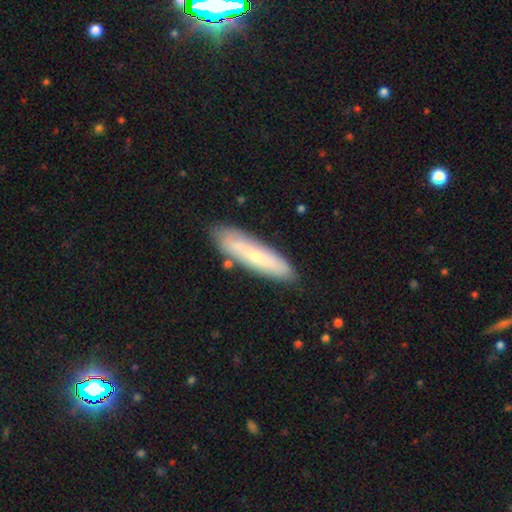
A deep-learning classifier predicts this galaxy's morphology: Smooth or featured: smooth — 58% (featured or disk — 35%)
How rounded: cigar-shaped — 75% (in between — 24%)
Merging: none — 81% (minor disturbance — 13%)